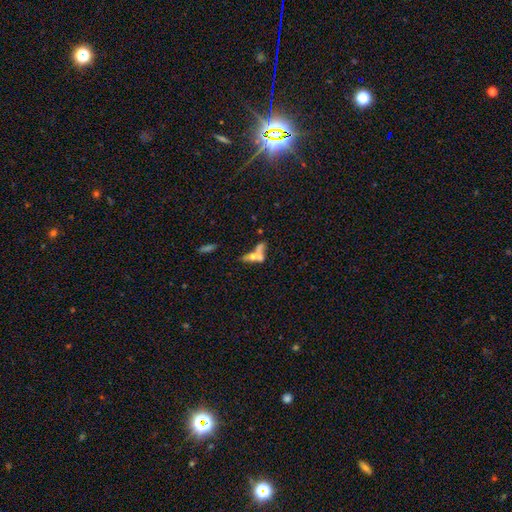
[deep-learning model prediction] A smooth galaxy with no disk features (52%) that is in between round and cigar-shaped (49%). Merging: merger (59%).